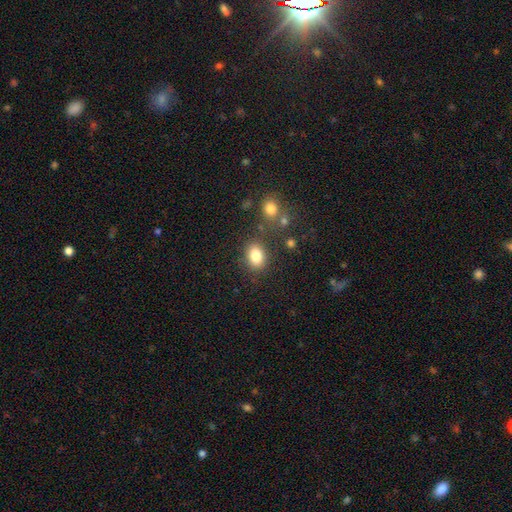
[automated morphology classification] smooth-or-featured: smooth: 83% | star or artifact: 10% | featured or disk: 7%
  how-rounded: in between: 68% | round: 31% | cigar-shaped: 1%
  merging: none: 79% | minor disturbance: 12% | merger: 5% | major disturbance: 4%